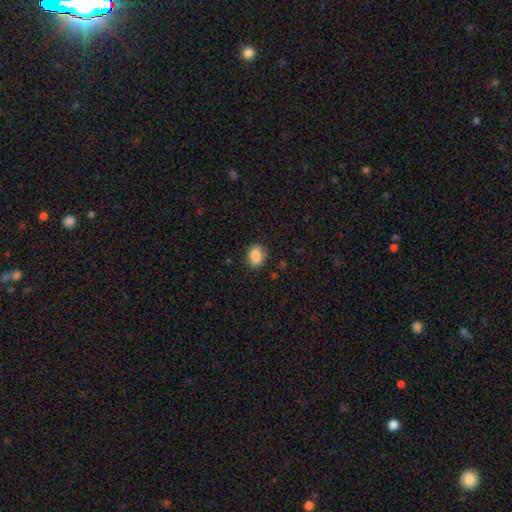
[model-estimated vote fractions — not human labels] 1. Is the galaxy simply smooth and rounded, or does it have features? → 87% smooth, 8% star or artifact, 5% featured or disk.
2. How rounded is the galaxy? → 65% in between, 34% round, 1% cigar-shaped.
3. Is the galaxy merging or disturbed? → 85% none, 11% minor disturbance, 3% major disturbance, 1% merger.